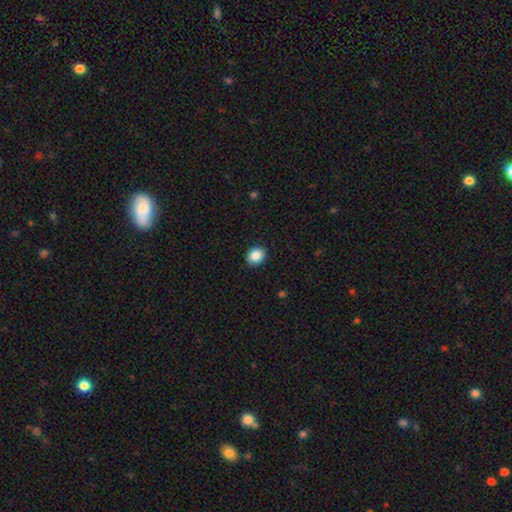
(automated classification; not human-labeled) The model was most divided on "how rounded": round: 56%, in between: 43%, cigar-shaped: 1%. More confident: merging — none (90%); smooth or featured — smooth (87%).